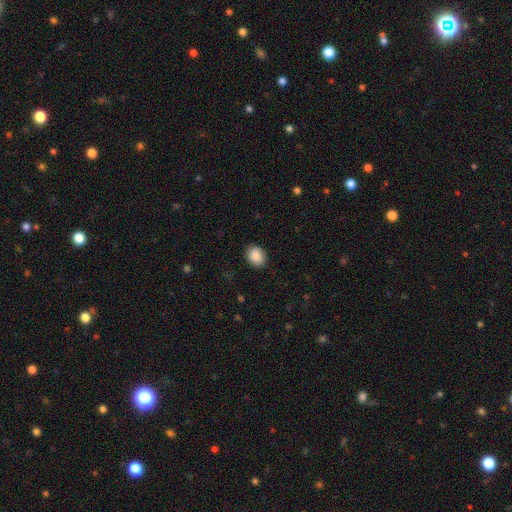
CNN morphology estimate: This appears to be a smooth galaxy with no disk features (89%) that is round (50%). Merging: none (88%).